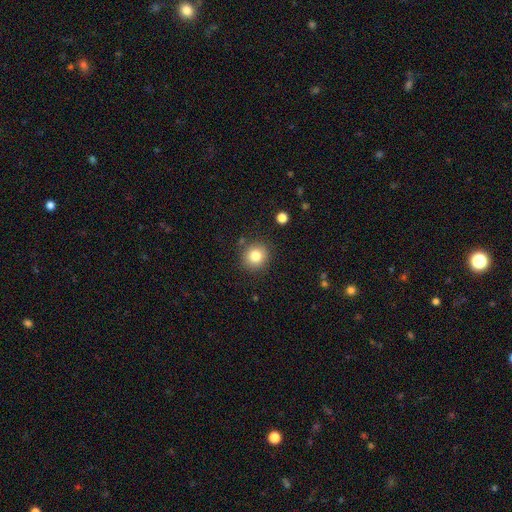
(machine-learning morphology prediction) type=smooth (81%); roundness=round (89%); merging=none (86%).